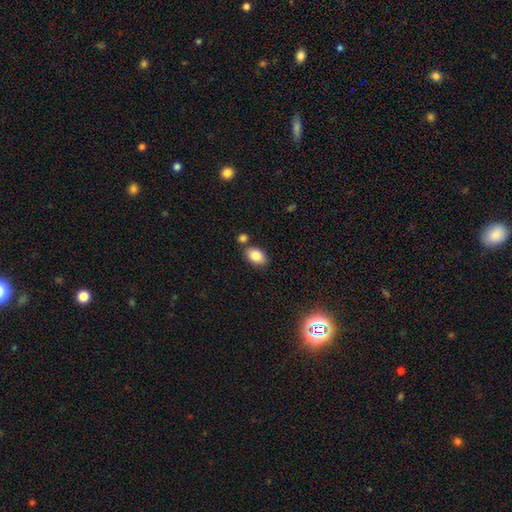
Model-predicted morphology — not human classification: smooth_or_featured: smooth (p=0.85) [alt: star or artifact p=0.08]
how_rounded: in between (p=0.85) [alt: round p=0.14]
merging: none (p=0.71) [alt: merger p=0.13]